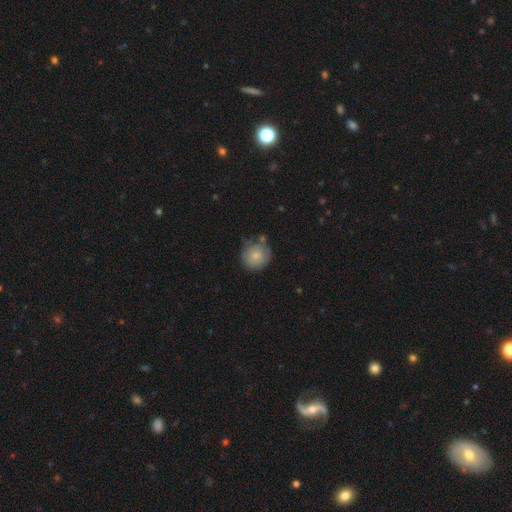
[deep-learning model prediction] Q: Smooth or featured?
A: smooth (76%); runner-up: featured or disk (17%)
Q: How rounded?
A: round (90%); runner-up: in between (9%)
Q: Merging?
A: none (63%); runner-up: minor disturbance (24%)